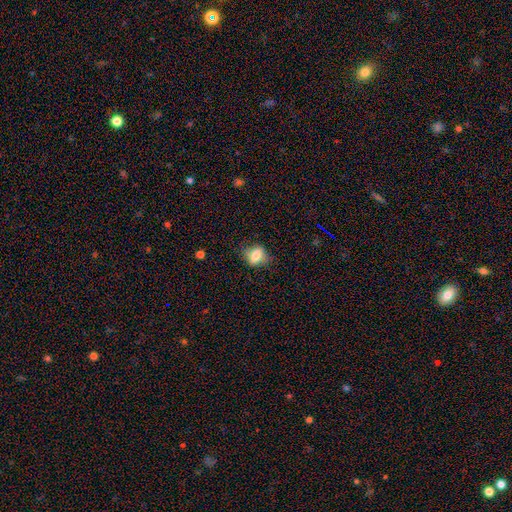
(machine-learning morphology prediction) type=smooth (69%); roundness=in between (67%); merging=none (72%).